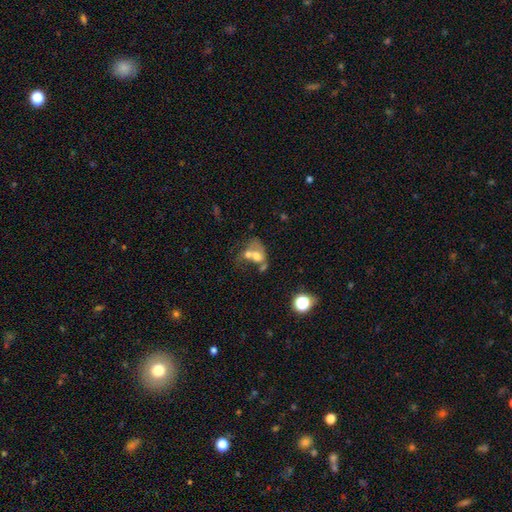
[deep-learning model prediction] Smooth or featured: smooth — 52% (featured or disk — 35%)
How rounded: in between — 64% (round — 34%)
Merging: merger — 66% (major disturbance — 14%)